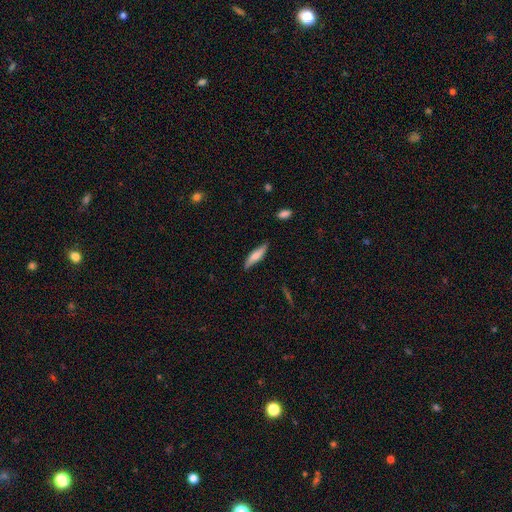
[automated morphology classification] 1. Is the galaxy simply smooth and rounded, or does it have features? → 66% smooth, 28% featured or disk, 6% star or artifact.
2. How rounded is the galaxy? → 68% cigar-shaped, 30% in between, 2% round.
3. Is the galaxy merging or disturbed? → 80% none, 17% minor disturbance, 2% major disturbance, 1% merger.